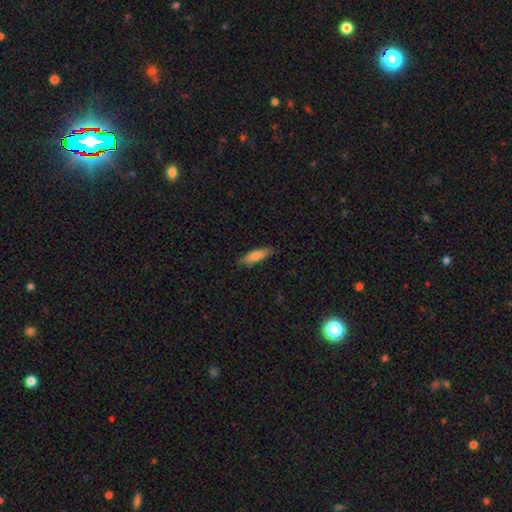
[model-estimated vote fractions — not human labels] smooth-or-featured: smooth: 77% | featured or disk: 17% | star or artifact: 6%
  how-rounded: cigar-shaped: 53% | in between: 46% | round: 2%
  merging: none: 82% | minor disturbance: 15% | major disturbance: 2% | merger: 1%